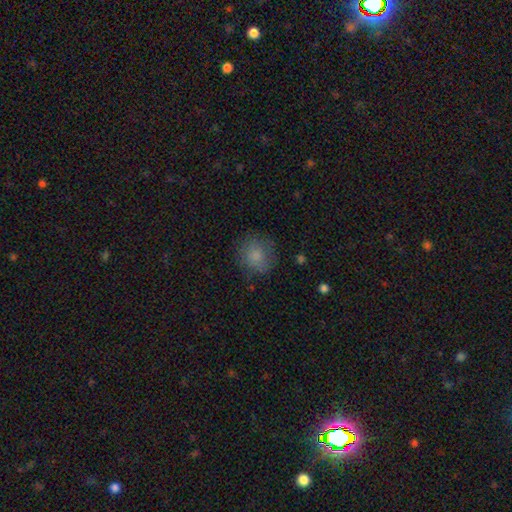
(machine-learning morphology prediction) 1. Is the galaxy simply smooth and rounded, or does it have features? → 82% smooth, 9% featured or disk, 9% star or artifact.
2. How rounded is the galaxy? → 88% round, 12% in between, 1% cigar-shaped.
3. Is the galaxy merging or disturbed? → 77% none, 16% minor disturbance, 6% major disturbance, 1% merger.